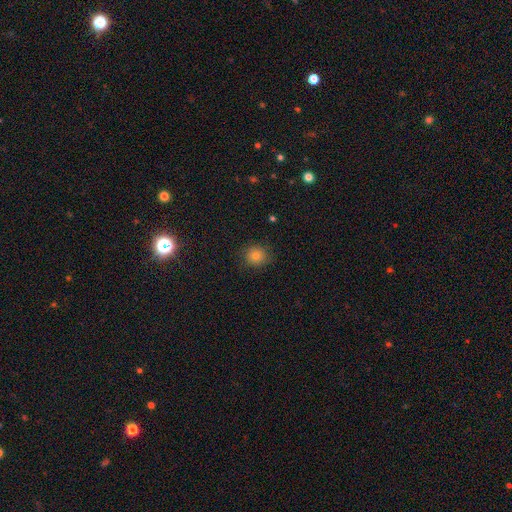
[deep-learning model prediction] smooth-or-featured: smooth: 78% | star or artifact: 14% | featured or disk: 8%
  how-rounded: round: 89% | in between: 10% | cigar-shaped: 1%
  merging: none: 85% | minor disturbance: 11% | major disturbance: 3% | merger: 1%